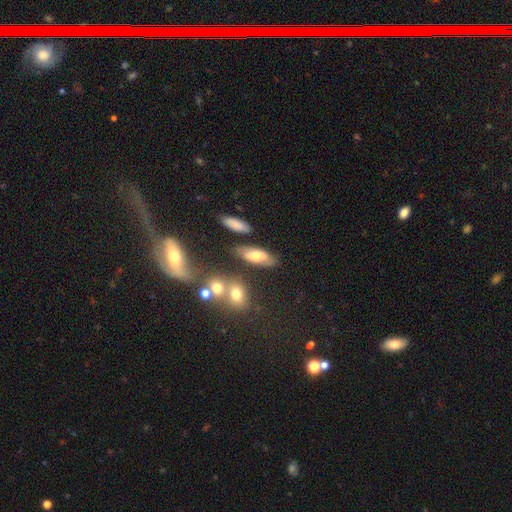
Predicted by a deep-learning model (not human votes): Smooth or featured? smooth (57%)
How rounded? in between (77%)
Merging? none (71%)